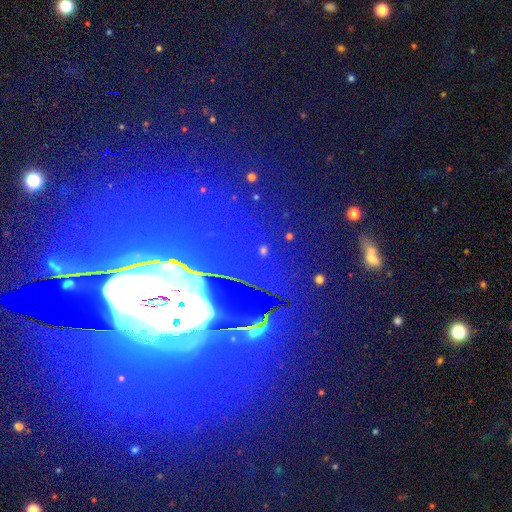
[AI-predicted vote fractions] A star or artifact, not a galaxy (68%).